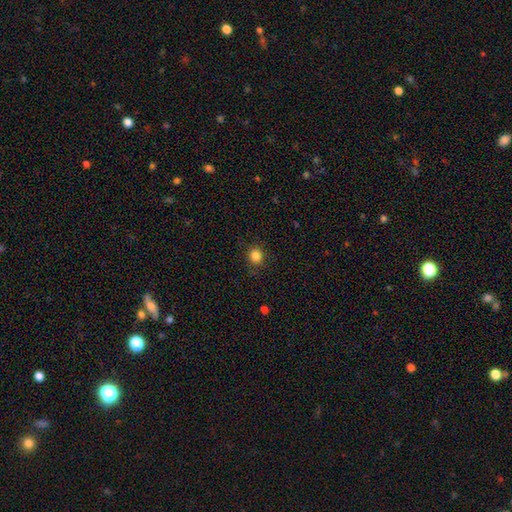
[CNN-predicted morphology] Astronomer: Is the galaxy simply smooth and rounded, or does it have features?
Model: smooth — 84%.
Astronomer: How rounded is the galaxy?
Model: round — 83%.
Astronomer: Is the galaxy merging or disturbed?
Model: none — 87%.